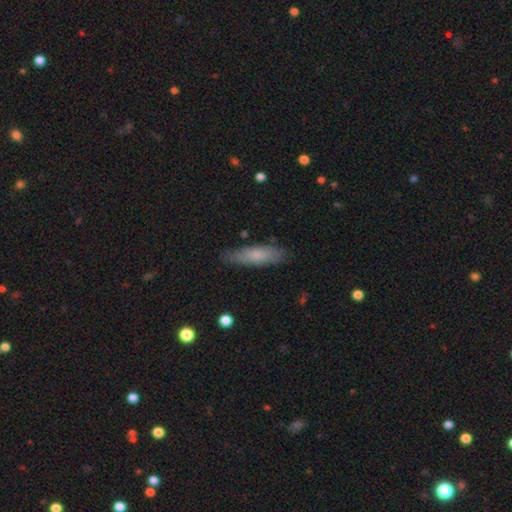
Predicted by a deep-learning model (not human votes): smooth 71%, featured or disk 23%, star or artifact 6%. Down the decision tree: how rounded — cigar-shaped (67%); merging — none (83%).